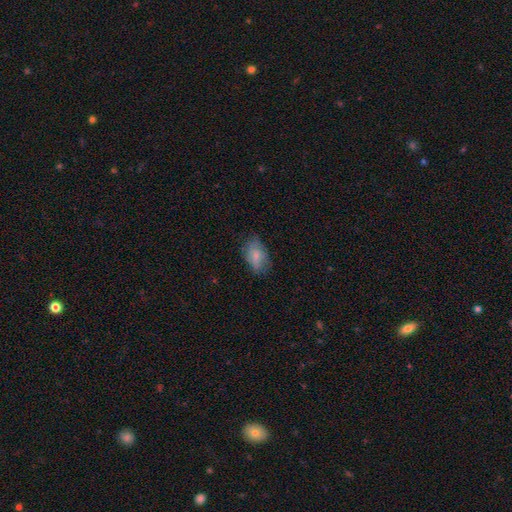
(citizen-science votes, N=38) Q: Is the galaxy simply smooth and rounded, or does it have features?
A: smooth — 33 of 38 (87%).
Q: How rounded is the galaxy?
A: in between — 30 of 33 (91%).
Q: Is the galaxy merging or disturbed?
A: none — 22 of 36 (61%).